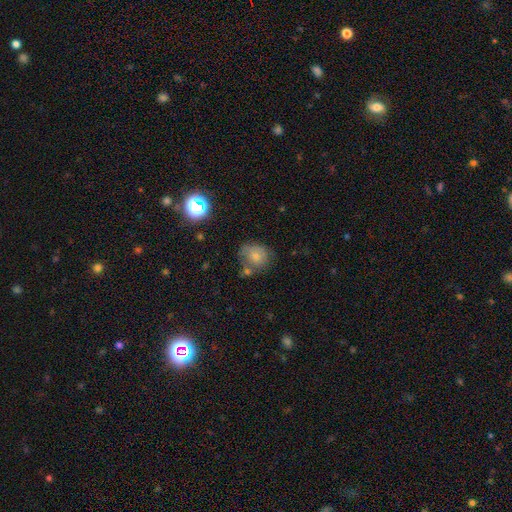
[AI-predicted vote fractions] This appears to be a smooth galaxy with no disk features (72%) that is round (72%). Merging: none (48%).